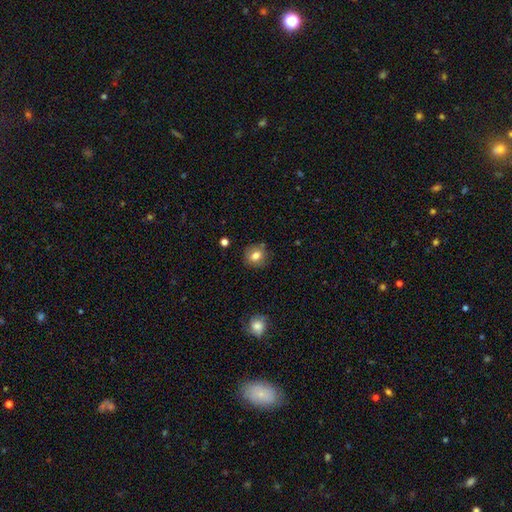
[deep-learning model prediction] Smooth or featured: smooth — 79% (featured or disk — 11%)
How rounded: round — 83% (in between — 16%)
Merging: none — 83% (minor disturbance — 11%)